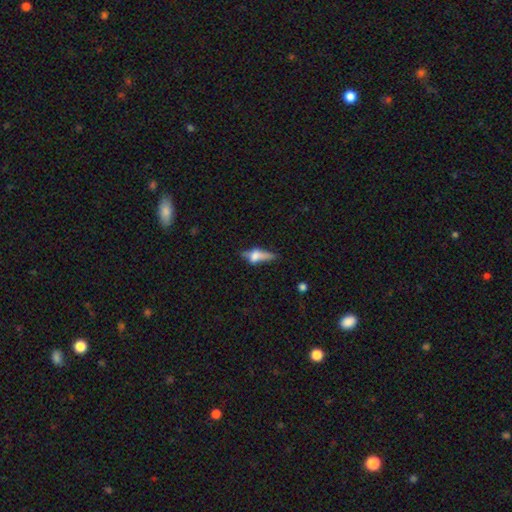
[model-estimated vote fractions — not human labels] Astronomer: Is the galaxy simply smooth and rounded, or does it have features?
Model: smooth — 50% (runner-up: featured or disk, 38%).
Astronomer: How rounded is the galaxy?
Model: in between — 51% (runner-up: cigar-shaped, 41%).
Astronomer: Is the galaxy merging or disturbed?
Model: none — 36% (runner-up: minor disturbance, 26%).